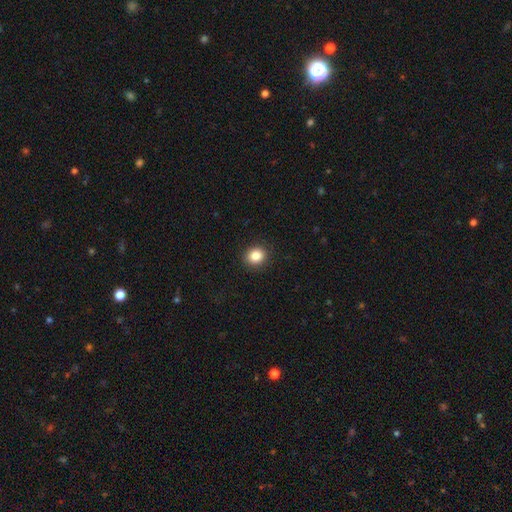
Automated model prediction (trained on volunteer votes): Smooth or featured: smooth — 85% (star or artifact — 10%)
How rounded: round — 77% (in between — 22%)
Merging: none — 90% (minor disturbance — 7%)